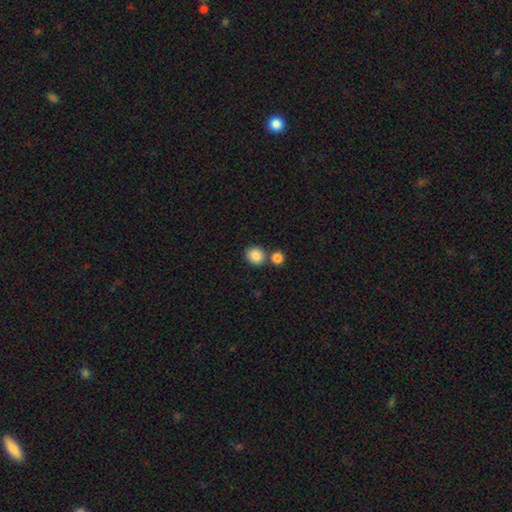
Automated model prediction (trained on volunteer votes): This is clearly a smooth galaxy (86%). How rounded: clearly round (81%). Merging: likely none (67%).